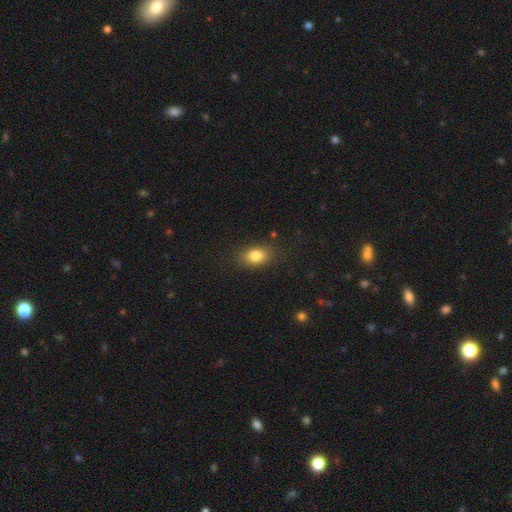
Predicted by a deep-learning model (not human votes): Q: Smooth or featured?
A: smooth (83%); runner-up: star or artifact (9%)
Q: How rounded?
A: in between (79%); runner-up: round (19%)
Q: Merging?
A: none (84%); runner-up: minor disturbance (12%)